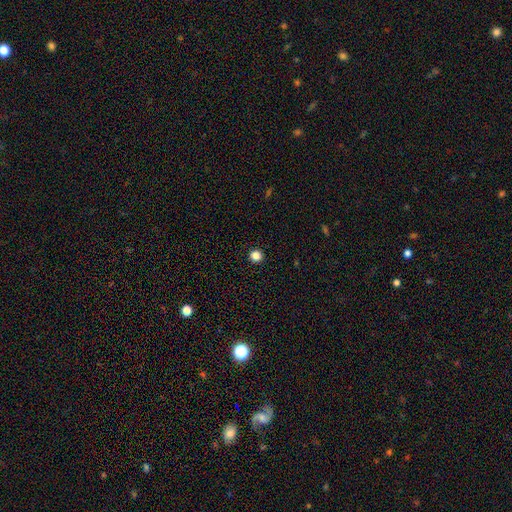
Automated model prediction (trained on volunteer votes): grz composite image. It shows a smooth galaxy with no disk features (84%) that is round (95%). Merging: none (94%).